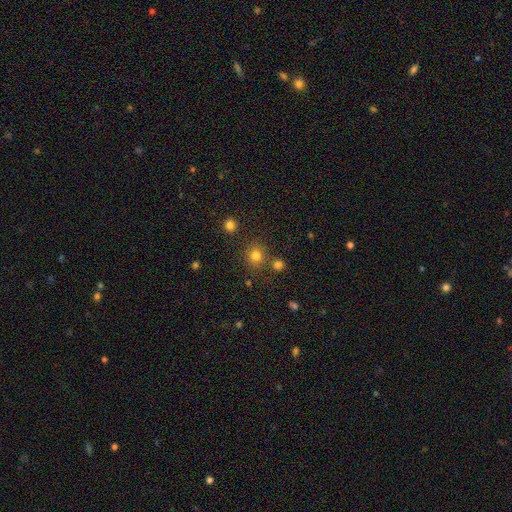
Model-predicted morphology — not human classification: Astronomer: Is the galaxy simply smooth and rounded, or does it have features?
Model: smooth — 79%.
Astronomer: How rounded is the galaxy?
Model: round — 87%.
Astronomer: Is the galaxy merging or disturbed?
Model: none — 78%.